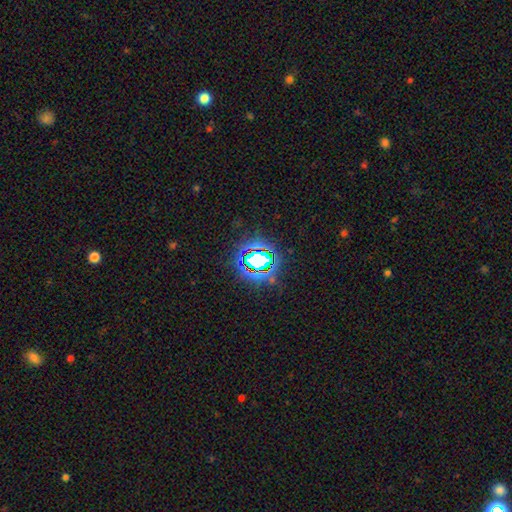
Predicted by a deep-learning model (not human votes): Smooth or featured?
  - star or artifact: 70% *
  - smooth: 20%
  - featured or disk: 11%